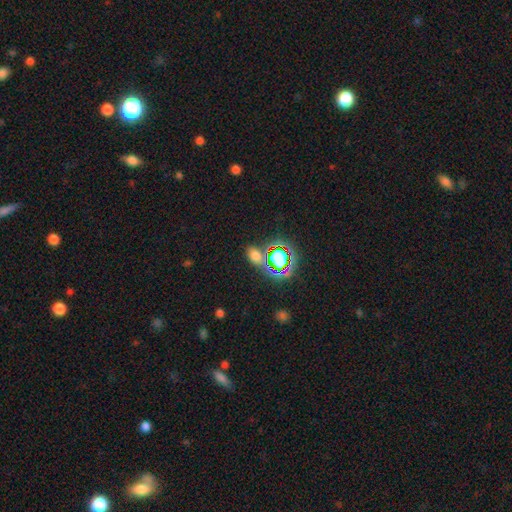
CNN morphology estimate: Overall: smooth (57%; star or artifact 34%). How rounded: in between (72%). Merging: none (73%).